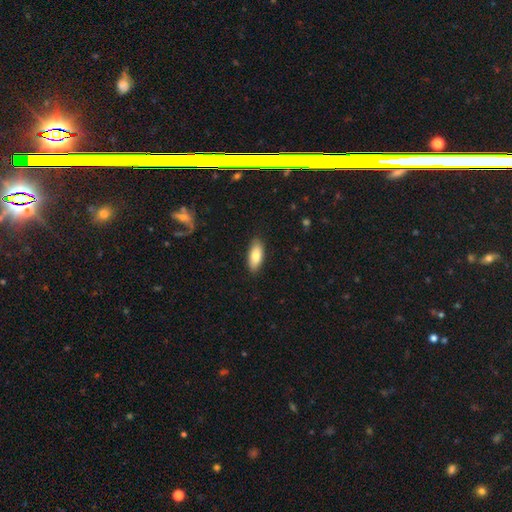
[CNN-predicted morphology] smooth_or_featured: smooth (p=0.82) [alt: featured or disk p=0.12]
how_rounded: in between (p=0.81) [alt: cigar-shaped p=0.17]
merging: none (p=0.86) [alt: minor disturbance p=0.11]